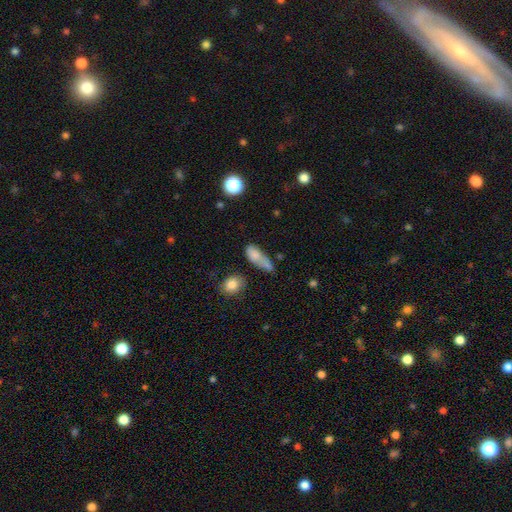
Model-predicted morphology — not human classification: Smooth or featured: smooth — 73% (featured or disk — 16%)
How rounded: in between — 69% (cigar-shaped — 22%)
Merging: none — 29% (merger — 27%)